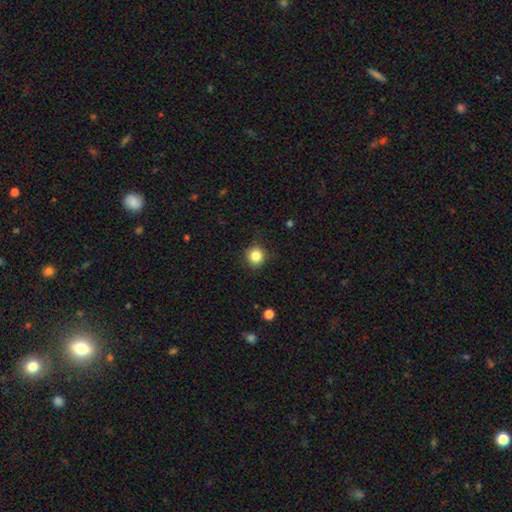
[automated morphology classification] Smooth or featured? smooth (85%)
How rounded? round (88%)
Merging? none (85%)